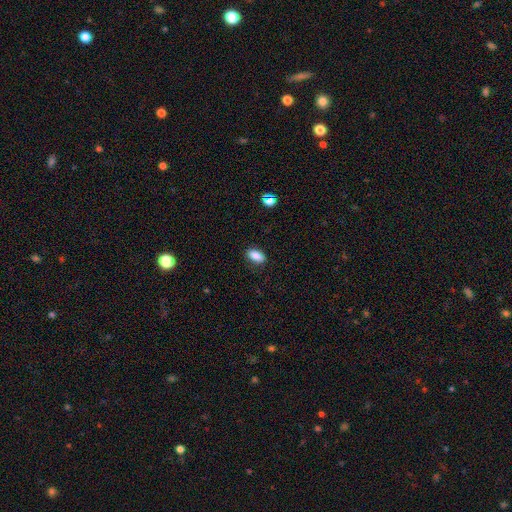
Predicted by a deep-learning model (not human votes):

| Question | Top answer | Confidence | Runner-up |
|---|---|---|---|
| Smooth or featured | smooth | 87% | star or artifact (8%) |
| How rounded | in between | 89% | cigar-shaped (6%) |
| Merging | none | 84% | minor disturbance (12%) |